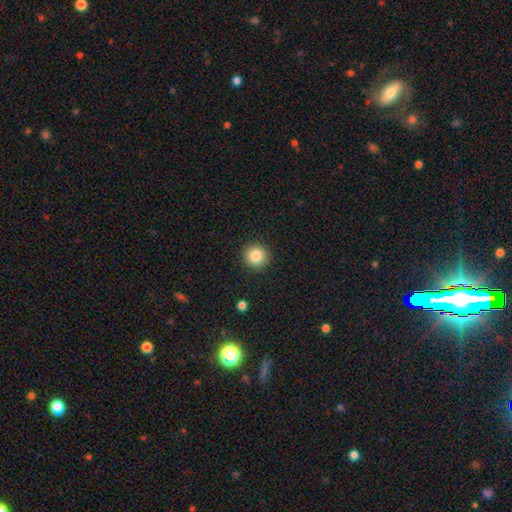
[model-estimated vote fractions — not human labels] Q: Smooth or featured?
A: smooth (84%); runner-up: star or artifact (10%)
Q: How rounded?
A: round (95%); runner-up: in between (4%)
Q: Merging?
A: none (92%); runner-up: minor disturbance (5%)